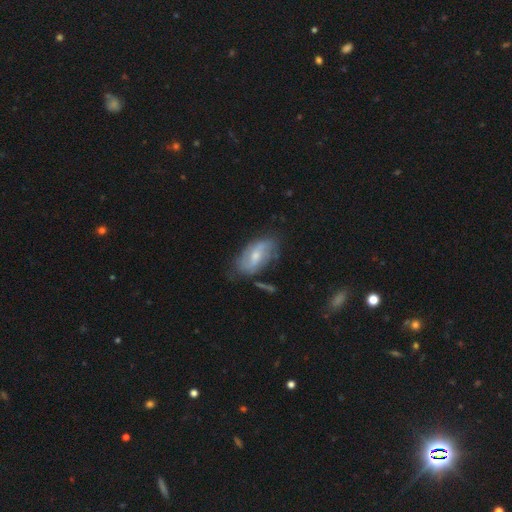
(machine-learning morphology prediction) Q: Smooth or featured?
A: featured or disk (67%); runner-up: smooth (27%)
Q: Edge-on disk?
A: no (94%); runner-up: yes (6%)
Q: Bar?
A: weak (53%); runner-up: no (31%)
Q: Spiral arms?
A: yes (86%); runner-up: no (14%)
Q: Spiral winding?
A: loose (39%); tied with: medium (39%)
Q: Spiral arm count?
A: 2 (74%); runner-up: can't tell (17%)
Q: Bulge size?
A: moderate (52%); runner-up: small (40%)
Q: Merging?
A: none (67%); runner-up: minor disturbance (22%)